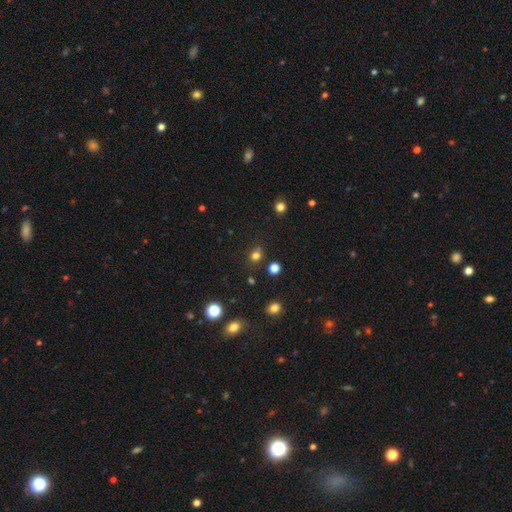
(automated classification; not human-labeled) smooth 75%, star or artifact 19%, featured or disk 6%. Down the decision tree: how rounded — round (70%); merging — none (74%).